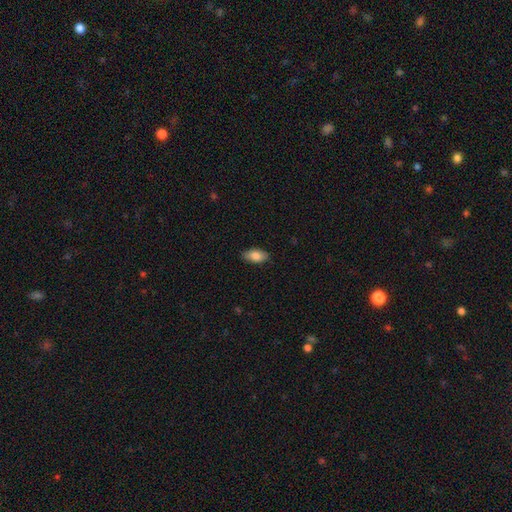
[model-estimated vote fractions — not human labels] smooth 84%, featured or disk 9%, star or artifact 7%. Down the decision tree: how rounded — in between (92%); merging — none (84%).